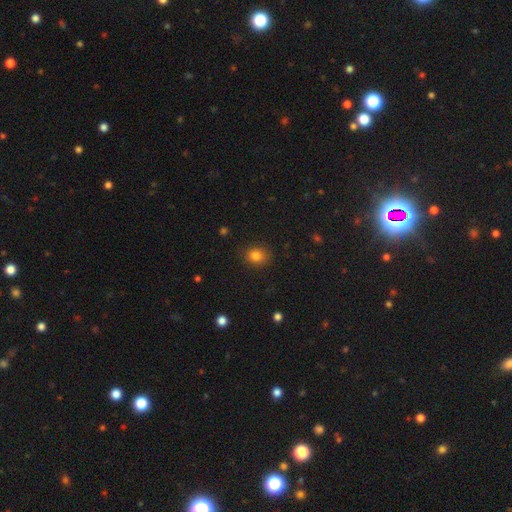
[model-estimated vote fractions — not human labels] Smooth or featured? Predicted: smooth (p=0.82). How rounded? Predicted: round (p=0.62). Merging? Predicted: none (p=0.85).